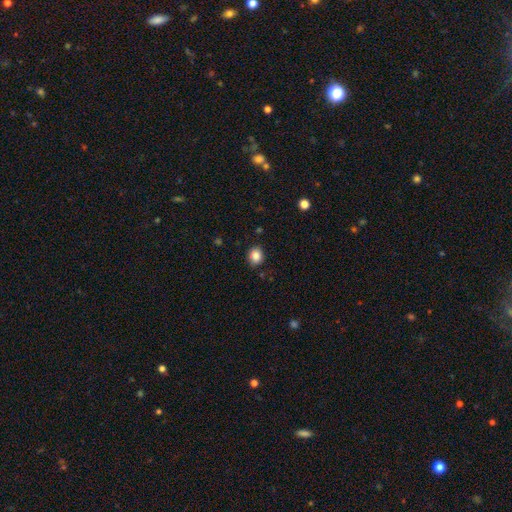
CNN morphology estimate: The model was most divided on "how rounded": round: 67%, in between: 32%, cigar-shaped: 1%. More confident: smooth or featured — smooth (85%); merging — none (83%).